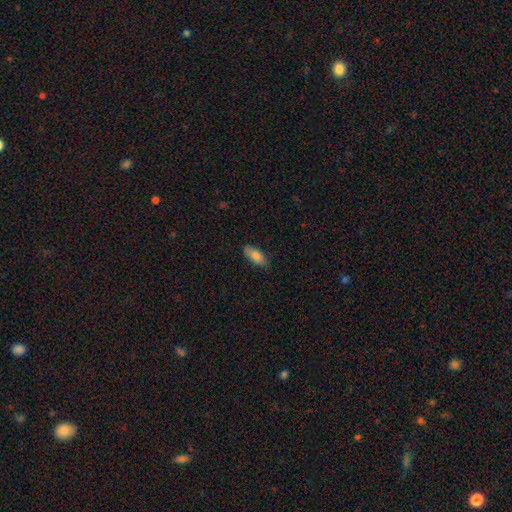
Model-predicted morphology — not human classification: smooth_or_featured: smooth (p=0.82) [alt: featured or disk p=0.12]
how_rounded: in between (p=0.83) [alt: cigar-shaped p=0.15]
merging: none (p=0.83) [alt: minor disturbance p=0.14]